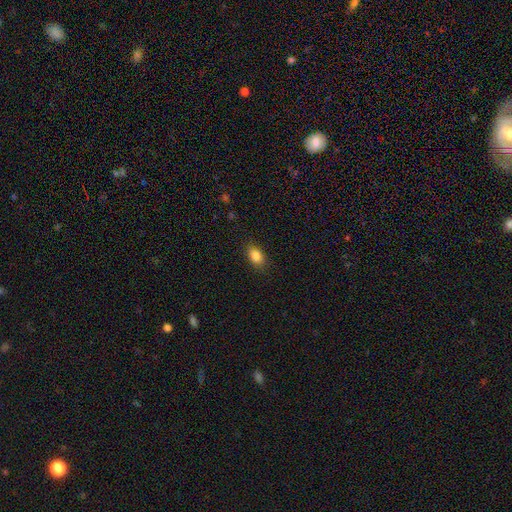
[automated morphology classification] This is clearly a smooth galaxy (86%). How rounded: clearly in between (82%). Merging: clearly none (86%).